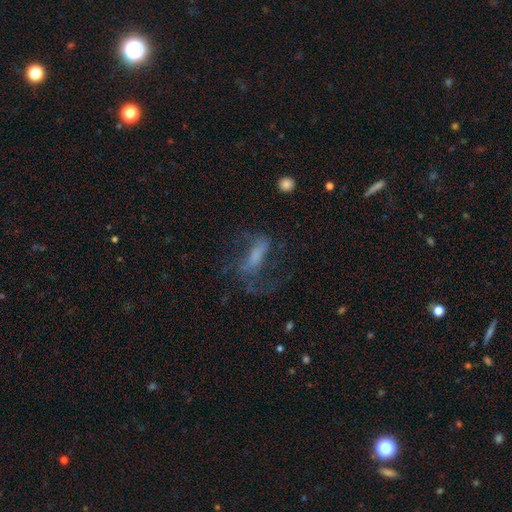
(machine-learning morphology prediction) Smooth or featured? featured or disk (54%)
Edge-on disk? no (89%)
Merging? none (41%)